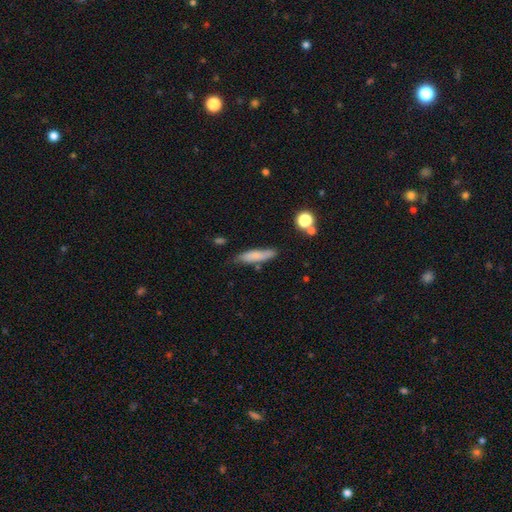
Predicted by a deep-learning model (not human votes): Smooth or featured: smooth — 76% (featured or disk — 17%)
How rounded: cigar-shaped — 75% (in between — 23%)
Merging: none — 72% (minor disturbance — 19%)